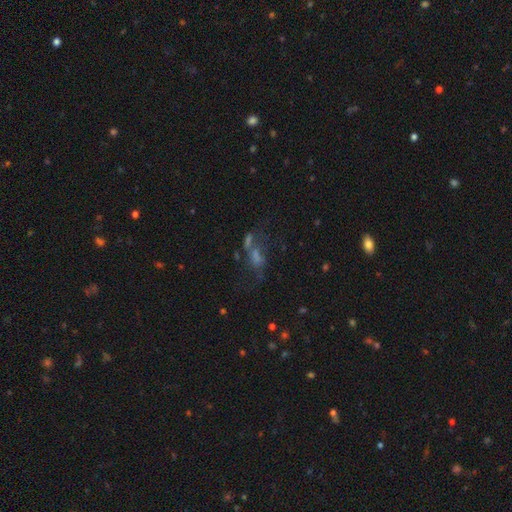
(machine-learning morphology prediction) Q: Smooth or featured?
A: featured or disk (39%); runner-up: star or artifact (31%)
Q: Merging?
A: none (39%); runner-up: major disturbance (24%)